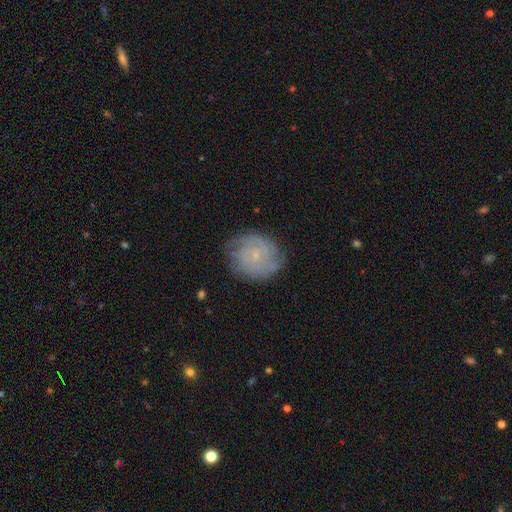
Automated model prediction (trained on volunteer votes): Smooth or featured? Predicted: featured or disk (p=0.68). Edge-on disk? Predicted: no (p=0.98). Bar? Predicted: no (p=0.74). Spiral arms? Predicted: yes (p=0.91). Spiral winding? Predicted: tight (p=0.66). Spiral arm count? Predicted: can't tell (p=0.40). Bulge size? Predicted: small (p=0.78). Merging? Predicted: none (p=0.76).